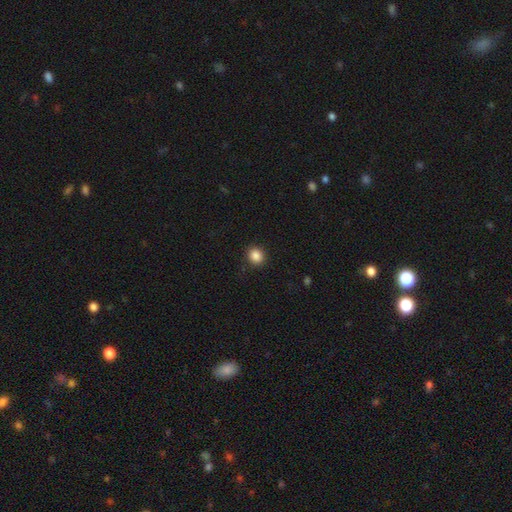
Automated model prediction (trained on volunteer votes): A smooth galaxy with no disk features (87%) that is round (76%). Merging: none (90%).